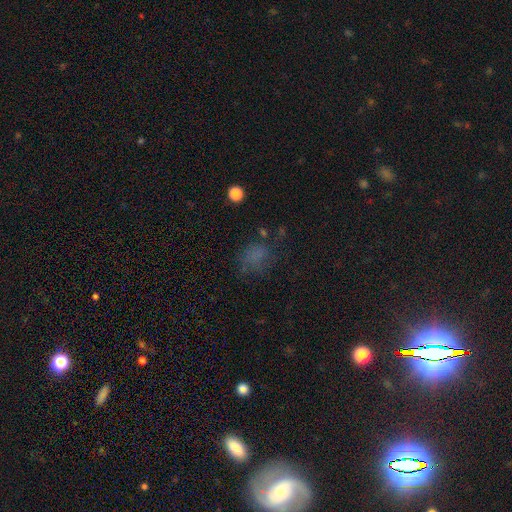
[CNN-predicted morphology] This is likely a smooth galaxy (60%). How rounded: possibly in between (50%). Merging: possibly none (56%).